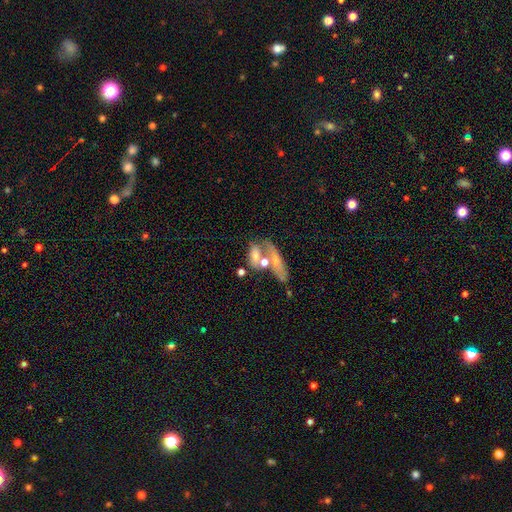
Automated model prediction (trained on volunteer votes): This appears to be a smooth galaxy with no disk features (56%) that is in between round and cigar-shaped (64%). Merging: merger (48%).